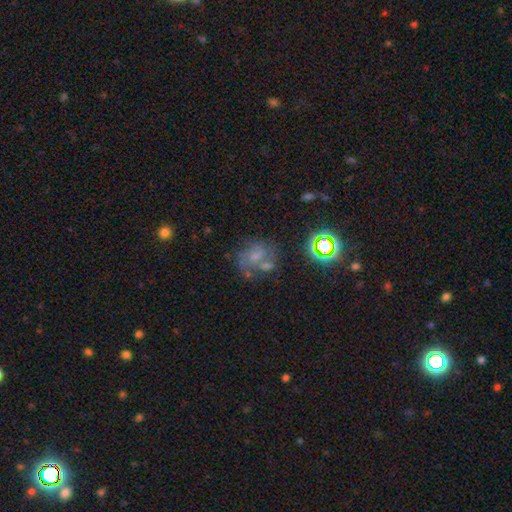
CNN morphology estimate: Overall: featured or disk (48%; smooth 29%). Merging: none (45%; minor disturbance 19%).